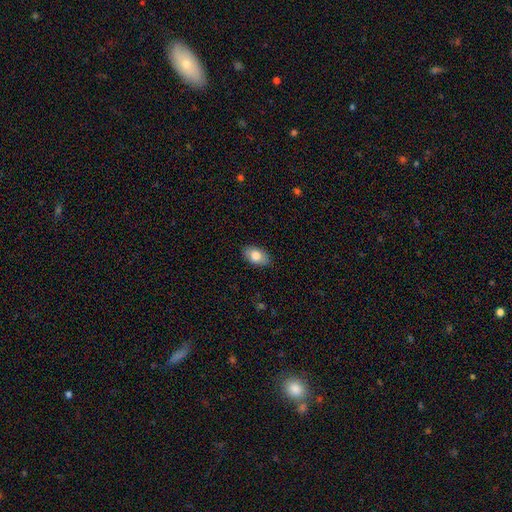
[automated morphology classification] smooth-or-featured: smooth: 79% | featured or disk: 14% | star or artifact: 7%
  how-rounded: in between: 90% | round: 9% | cigar-shaped: 1%
  merging: none: 85% | minor disturbance: 11% | major disturbance: 2% | merger: 1%